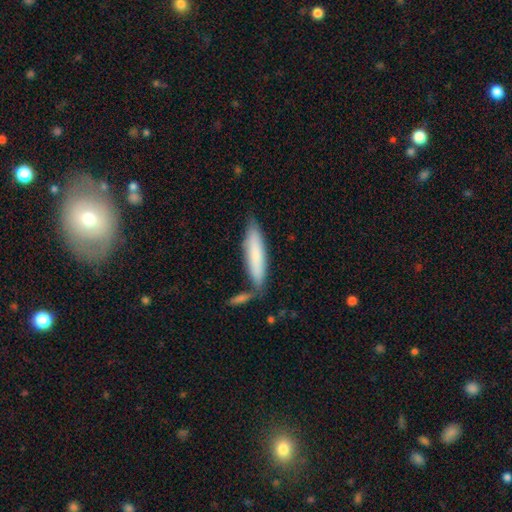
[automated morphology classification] Smooth or featured: smooth — 78% (featured or disk — 16%)
How rounded: cigar-shaped — 79% (in between — 20%)
Merging: none — 68% (minor disturbance — 17%)